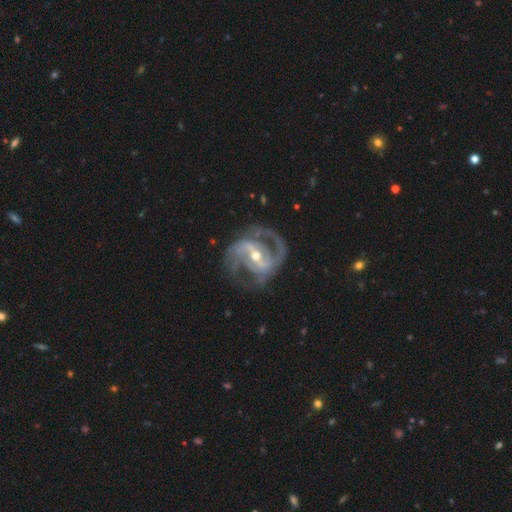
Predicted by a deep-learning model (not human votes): featured or disk 92%, star or artifact 4%, smooth 3%. Down the decision tree: edge-on disk — no (97%); bar — strong (53%); spiral arms — yes (98%); spiral arm count — 2 (82%); spiral winding — medium (57%); bulge size — moderate (55%); merging — none (70%).